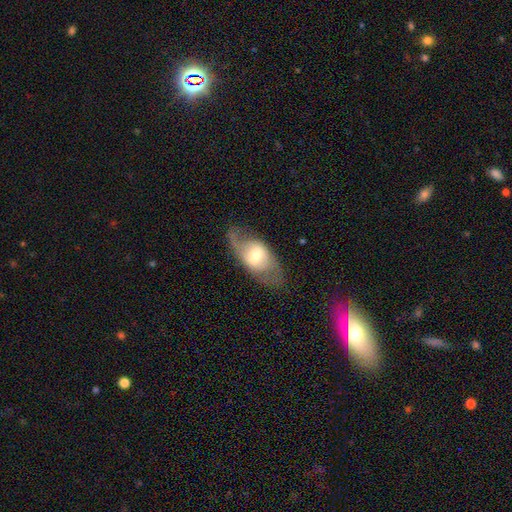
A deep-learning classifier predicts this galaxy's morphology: Q: Smooth or featured?
A: featured or disk (63%); runner-up: smooth (30%)
Q: Edge-on disk?
A: no (89%); runner-up: yes (11%)
Q: Bar?
A: no (45%); runner-up: weak (39%)
Q: Spiral arms?
A: yes (72%); runner-up: no (28%)
Q: Bulge size?
A: moderate (55%); runner-up: small (30%)
Q: Merging?
A: none (67%); runner-up: minor disturbance (18%)